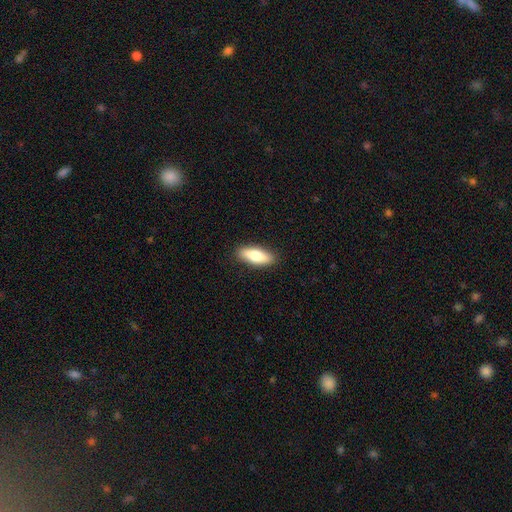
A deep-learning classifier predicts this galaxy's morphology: smooth_or_featured: smooth (p=0.74) [alt: featured or disk p=0.20]
how_rounded: in between (p=0.64) [alt: cigar-shaped p=0.33]
merging: none (p=0.89) [alt: minor disturbance p=0.08]